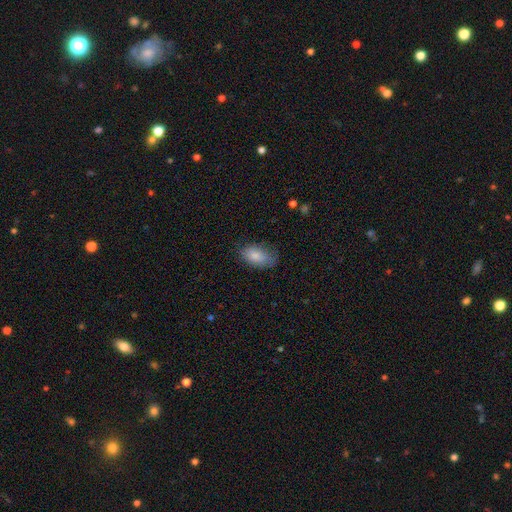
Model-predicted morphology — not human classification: Smooth or featured? Predicted: smooth (p=0.84). How rounded? Predicted: in between (p=0.92). Merging? Predicted: none (p=0.70).